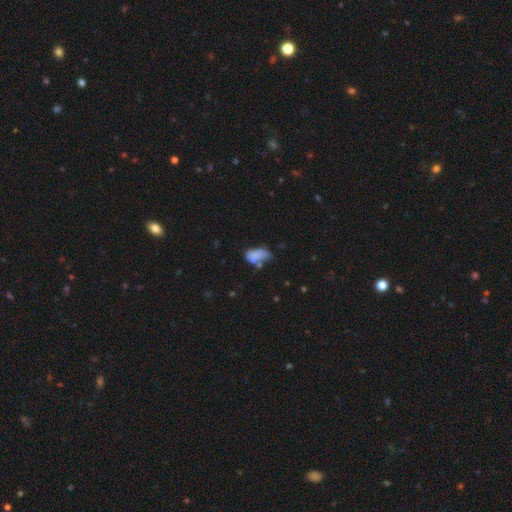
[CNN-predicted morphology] Smooth or featured? smooth (70%)
How rounded? in between (89%)
Merging? none (32%)